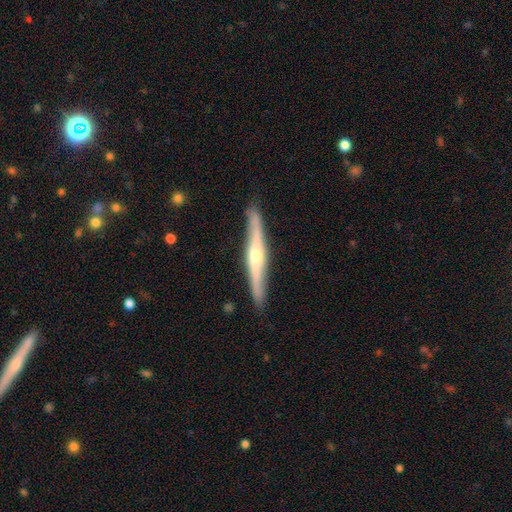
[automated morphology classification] smooth_or_featured: featured or disk (p=0.76) [alt: smooth p=0.19]
disk_edge_on: yes (p=0.95) [alt: no p=0.05]
edge_on_bulge: rounded (p=0.80) [alt: none p=0.11]
merging: none (p=0.86) [alt: minor disturbance p=0.11]